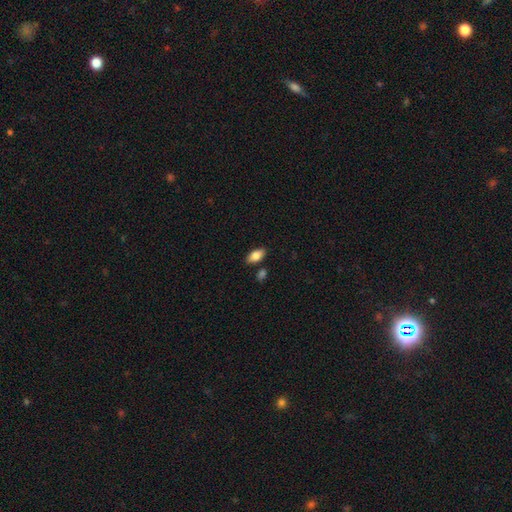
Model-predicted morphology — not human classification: The model was most divided on "smooth or featured": smooth: 81%, featured or disk: 12%, star or artifact: 7%. More confident: how rounded — in between (91%); merging — none (83%).